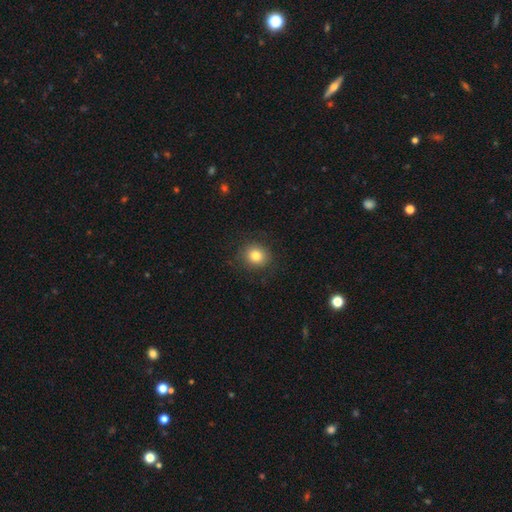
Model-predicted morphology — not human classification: The model was most divided on "how rounded": round: 84%, in between: 16%, cigar-shaped: 1%. More confident: merging — none (88%); smooth or featured — smooth (81%).